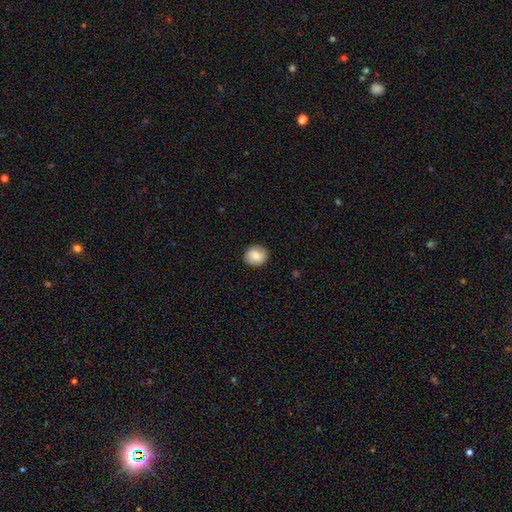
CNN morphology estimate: Overall: smooth (83%). How rounded: round (79%). Merging: none (90%).